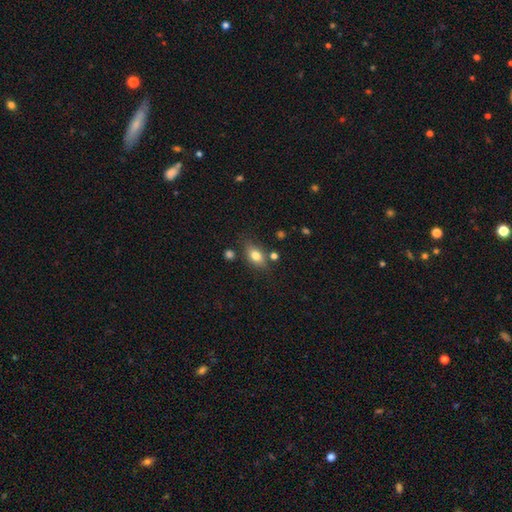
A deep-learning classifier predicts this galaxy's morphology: smooth-or-featured: smooth: 76% | featured or disk: 15% | star or artifact: 9%
  how-rounded: in between: 81% | round: 13% | cigar-shaped: 6%
  merging: none: 71% | minor disturbance: 17% | merger: 7% | major disturbance: 5%